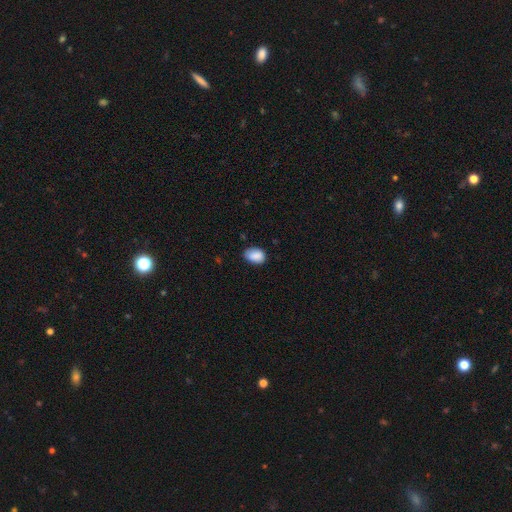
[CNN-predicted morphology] smooth 88%, star or artifact 7%, featured or disk 5%. Down the decision tree: how rounded — in between (82%); merging — none (72%).